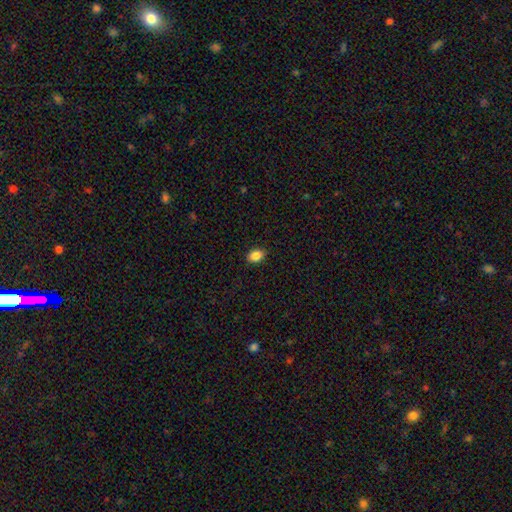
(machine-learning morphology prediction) smooth-or-featured: smooth: 86% | star or artifact: 9% | featured or disk: 5%
  how-rounded: in between: 77% | round: 22% | cigar-shaped: 1%
  merging: none: 88% | minor disturbance: 9% | major disturbance: 2% | merger: 1%